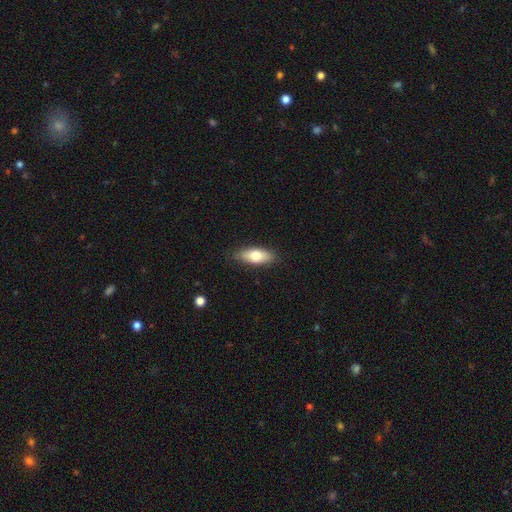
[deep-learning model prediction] This is likely a smooth galaxy (72%). How rounded: likely in between (76%). Merging: clearly none (86%).